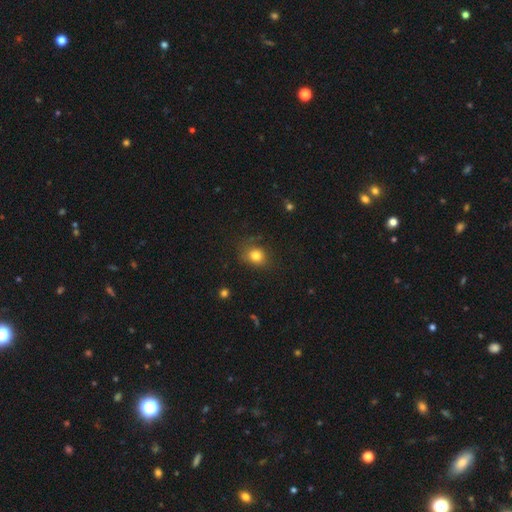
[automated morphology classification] A smooth galaxy with no disk features (81%) that is round (63%).

Vote fractions:
- Smooth or featured? smooth: 81% / star or artifact: 12% / featured or disk: 7%
- How rounded? round: 63% / in between: 36% / cigar-shaped: 1%
- Merging? none: 75% / minor disturbance: 18% / major disturbance: 5% / merger: 2%